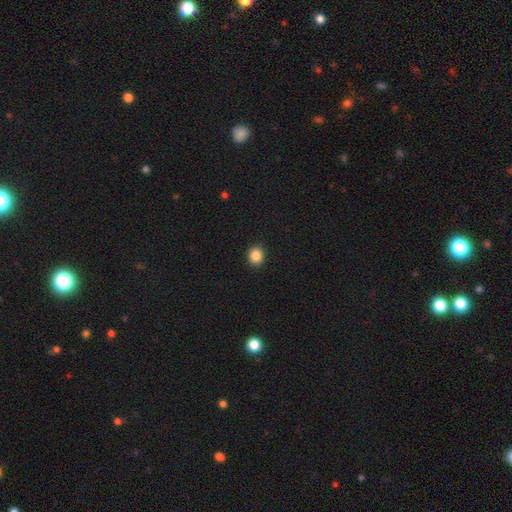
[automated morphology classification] smooth_or_featured: smooth (p=0.87) [alt: star or artifact p=0.10]
how_rounded: round (p=0.80) [alt: in between p=0.19]
merging: none (p=0.92) [alt: minor disturbance p=0.05]